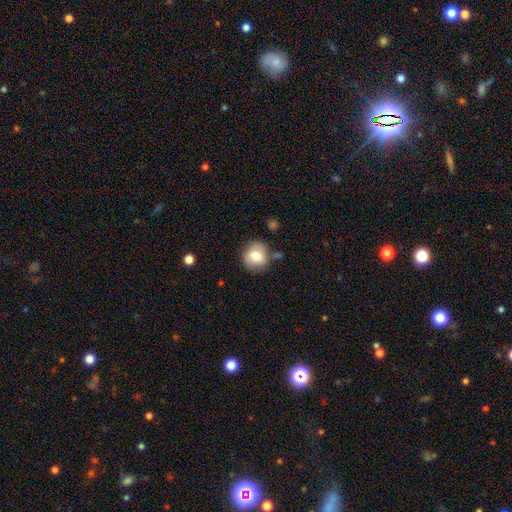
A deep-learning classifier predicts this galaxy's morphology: Smooth or featured? smooth (75%)
How rounded? round (84%)
Merging? none (76%)